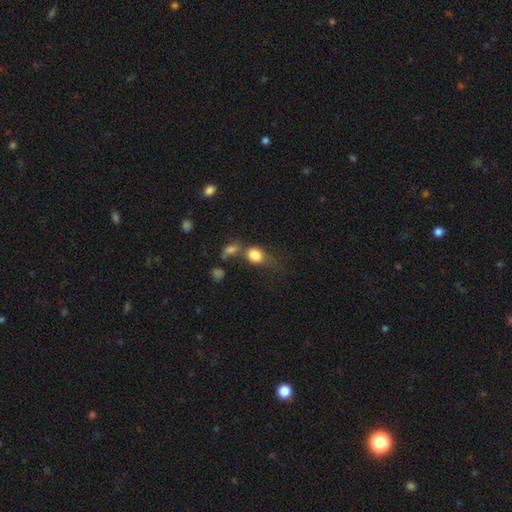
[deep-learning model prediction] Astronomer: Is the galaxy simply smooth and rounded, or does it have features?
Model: smooth — 81%.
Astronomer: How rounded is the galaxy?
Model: in between — 59% (runner-up: round, 38%).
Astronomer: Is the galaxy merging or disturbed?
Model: none — 34% (runner-up: merger, 33%).